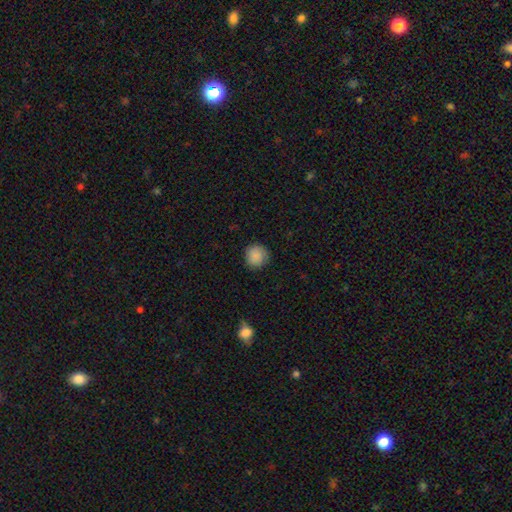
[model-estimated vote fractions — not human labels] Smooth or featured? Predicted: smooth (p=0.88). How rounded? Predicted: round (p=0.93). Merging? Predicted: none (p=0.87).